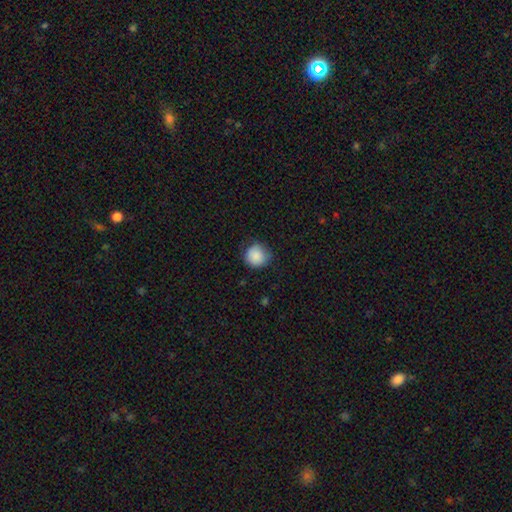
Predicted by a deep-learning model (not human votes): Morphology: type=smooth (87%); roundness=round (91%); merging=none (77%).